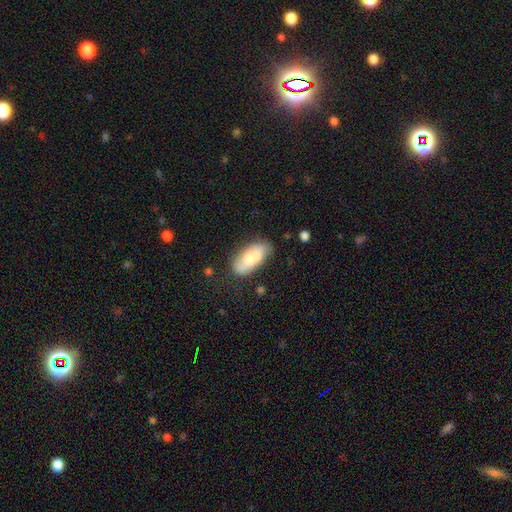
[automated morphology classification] smooth-or-featured: smooth: 61% | featured or disk: 32% | star or artifact: 6%
  how-rounded: in between: 90% | cigar-shaped: 6% | round: 4%
  merging: none: 56% | minor disturbance: 19% | merger: 19% | major disturbance: 6%